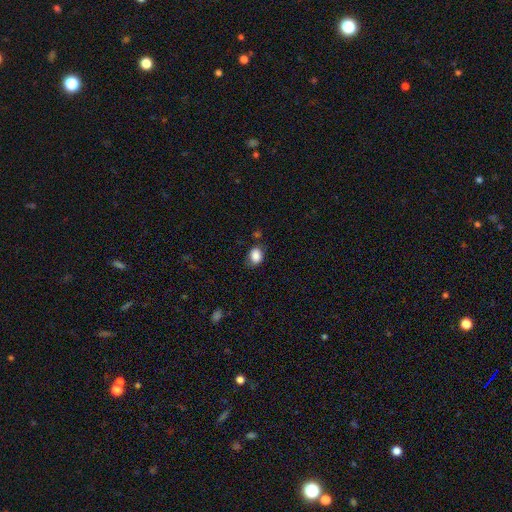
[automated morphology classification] Q: Smooth or featured?
A: smooth (86%); runner-up: star or artifact (9%)
Q: How rounded?
A: in between (63%); runner-up: round (36%)
Q: Merging?
A: none (72%); runner-up: minor disturbance (20%)